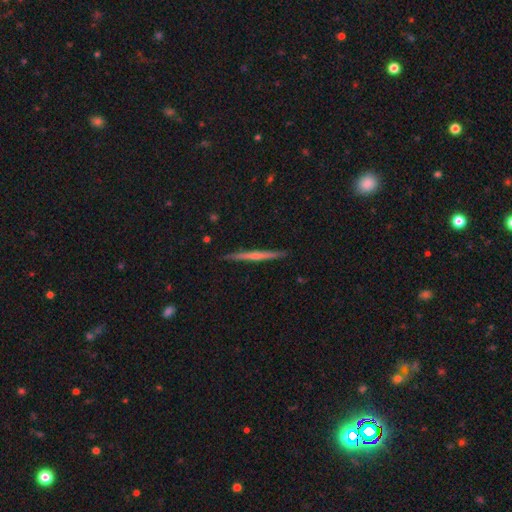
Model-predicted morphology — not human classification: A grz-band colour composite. It shows a featured or disk galaxy (56%) viewed edge-on (98%) with no central bulge (67%). Merging: none (90%).